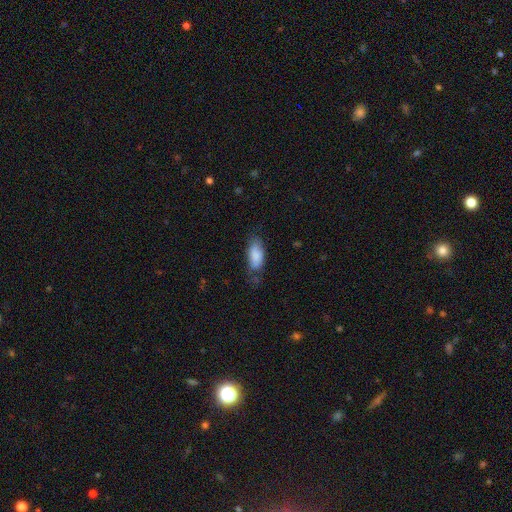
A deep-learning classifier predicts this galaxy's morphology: A smooth galaxy with no disk features (83%) that is in between round and cigar-shaped (85%). Merging: none (57%).